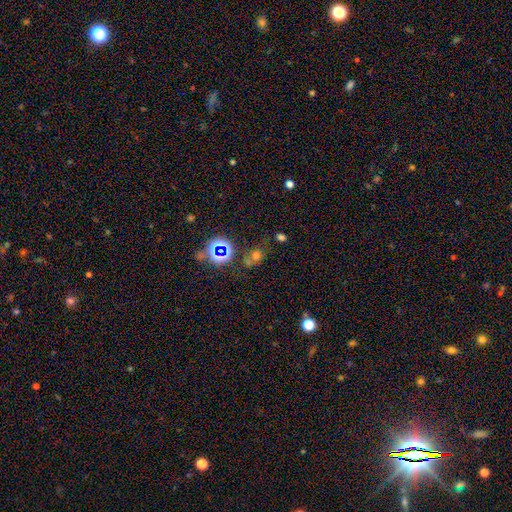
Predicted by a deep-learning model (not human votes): This appears to be a smooth galaxy with no disk features (44%, tied with star or artifact). Merging: none (62%).